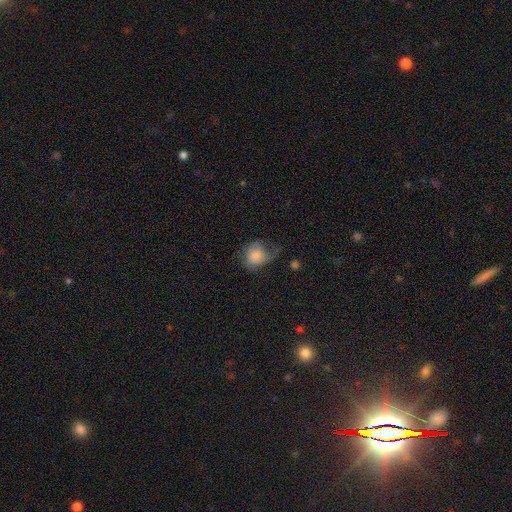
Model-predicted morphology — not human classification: type=smooth (69%); roundness=round (51%); merging=major disturbance (37%).